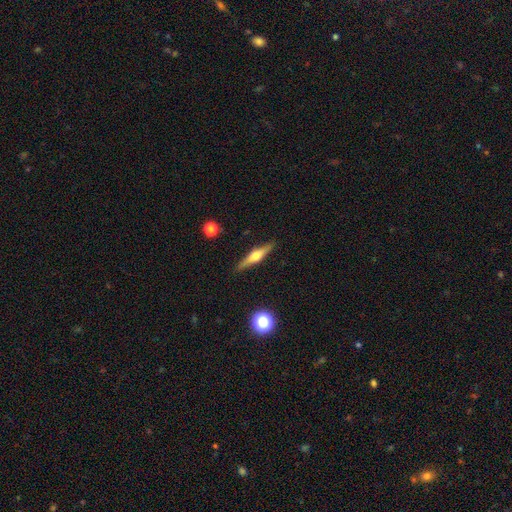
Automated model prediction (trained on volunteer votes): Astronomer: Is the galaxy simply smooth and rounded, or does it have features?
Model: featured or disk — 65%.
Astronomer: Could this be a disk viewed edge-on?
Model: yes — 96%.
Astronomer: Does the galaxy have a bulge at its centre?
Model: rounded — 91%.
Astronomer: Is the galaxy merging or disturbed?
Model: none — 89%.